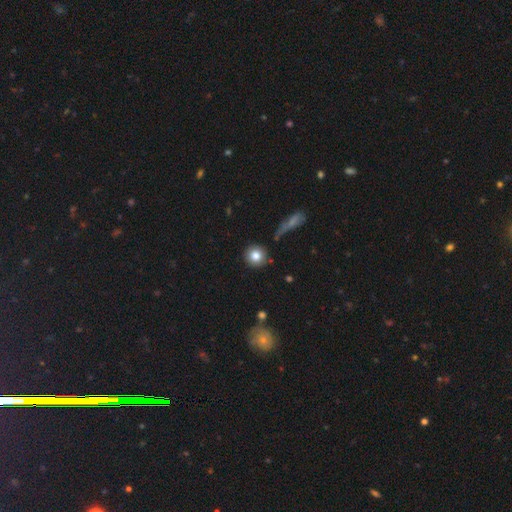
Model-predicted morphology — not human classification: type=smooth (82%); roundness=round (92%); merging=none (85%).